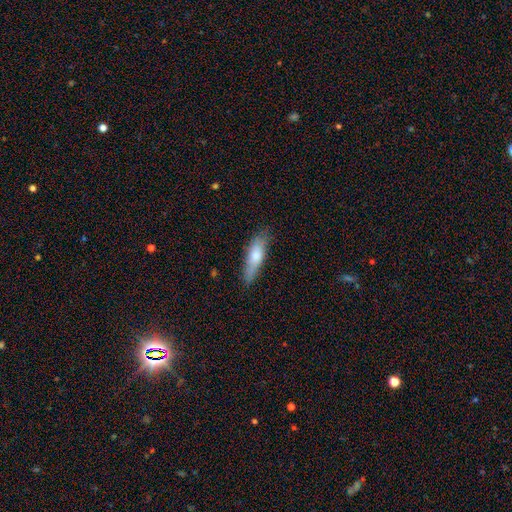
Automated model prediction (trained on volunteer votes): This is likely a smooth galaxy (71%). How rounded: possibly cigar-shaped (57%). Merging: likely none (73%).